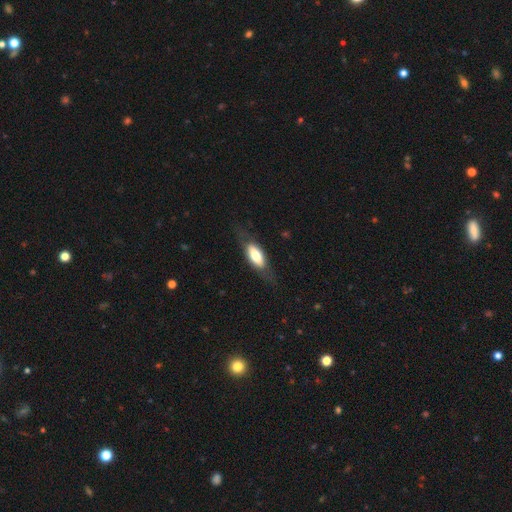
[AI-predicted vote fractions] Smooth or featured: smooth — 61% (featured or disk — 33%)
How rounded: in between — 72% (cigar-shaped — 26%)
Merging: none — 74% (minor disturbance — 17%)